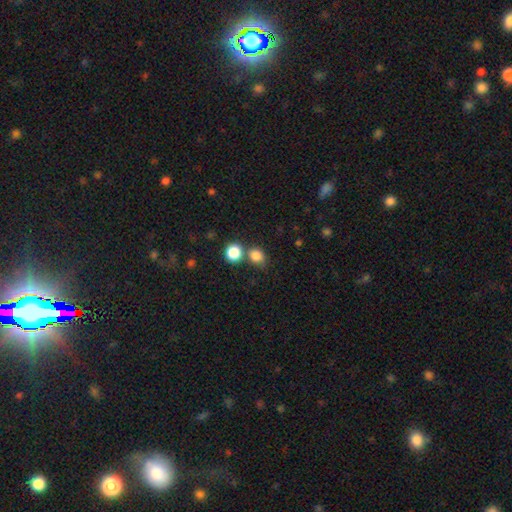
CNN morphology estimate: This appears to be a smooth galaxy with no disk features (83%) that is round (71%). Merging: none (57%).